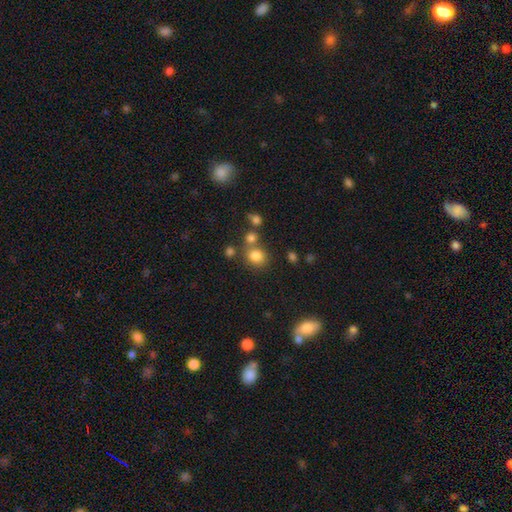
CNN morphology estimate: smooth-or-featured: smooth: 80% | star or artifact: 13% | featured or disk: 7%
  how-rounded: round: 77% | in between: 22% | cigar-shaped: 1%
  merging: none: 65% | merger: 20% | minor disturbance: 10% | major disturbance: 4%